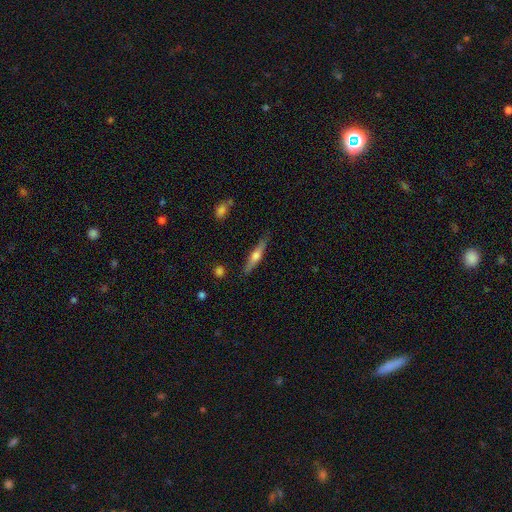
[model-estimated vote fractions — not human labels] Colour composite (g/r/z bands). It shows a featured or disk galaxy (59%) viewed edge-on (96%) with a rounded central bulge (90%). Merging: none (86%).